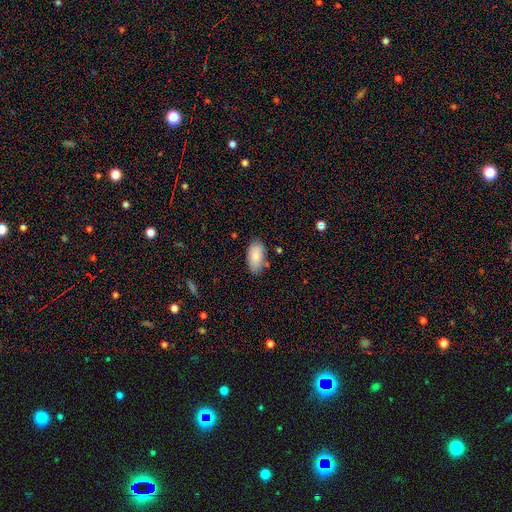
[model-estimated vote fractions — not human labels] This appears to be a smooth galaxy with no disk features (83%) that is in between round and cigar-shaped (94%). Merging: none (76%).